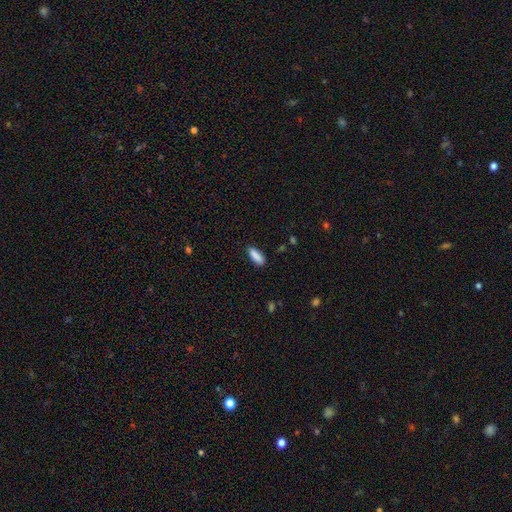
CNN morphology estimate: smooth 89%, star or artifact 7%, featured or disk 4%. Down the decision tree: how rounded — in between (60%); merging — none (85%).